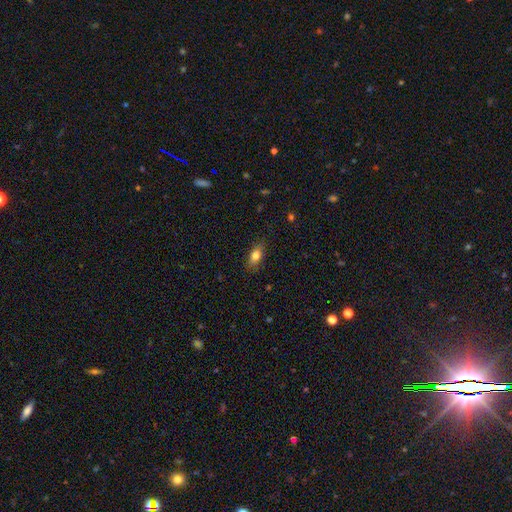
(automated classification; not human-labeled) Q: Smooth or featured?
A: smooth (79%); runner-up: featured or disk (13%)
Q: How rounded?
A: in between (81%); runner-up: cigar-shaped (12%)
Q: Merging?
A: none (84%); runner-up: minor disturbance (13%)